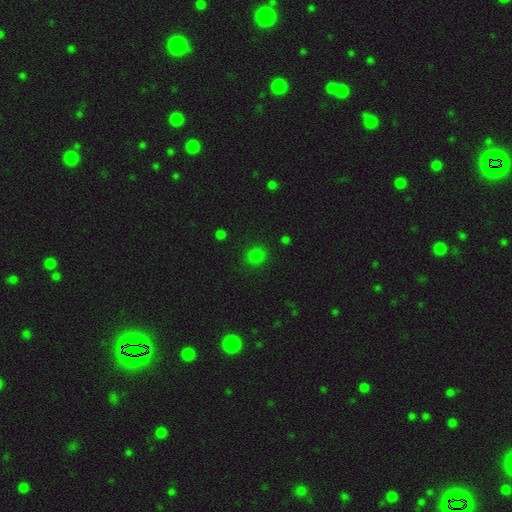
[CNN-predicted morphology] smooth-or-featured: smooth: 79% | star or artifact: 17% | featured or disk: 4%
  how-rounded: round: 79% | in between: 20% | cigar-shaped: 1%
  merging: none: 88% | minor disturbance: 8% | major disturbance: 3% | merger: 2%